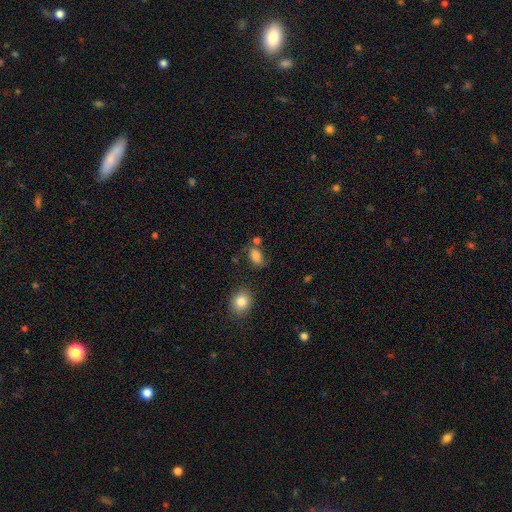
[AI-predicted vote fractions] This appears to be a smooth galaxy with no disk features (80%) that is in between round and cigar-shaped (81%). Merging: none (60%).